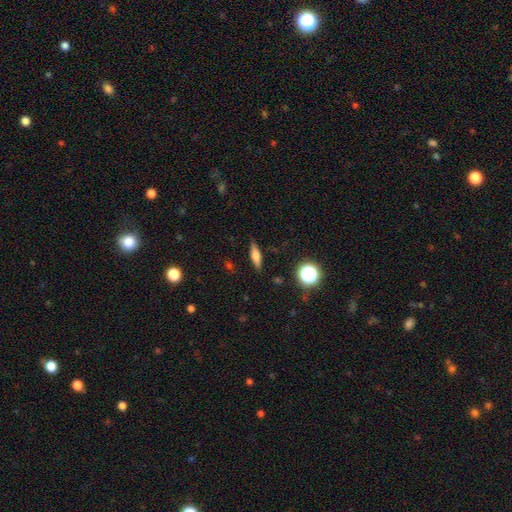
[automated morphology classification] Smooth or featured? Predicted: smooth (p=0.59). How rounded? Predicted: cigar-shaped (p=0.58). Merging? Predicted: none (p=0.86).